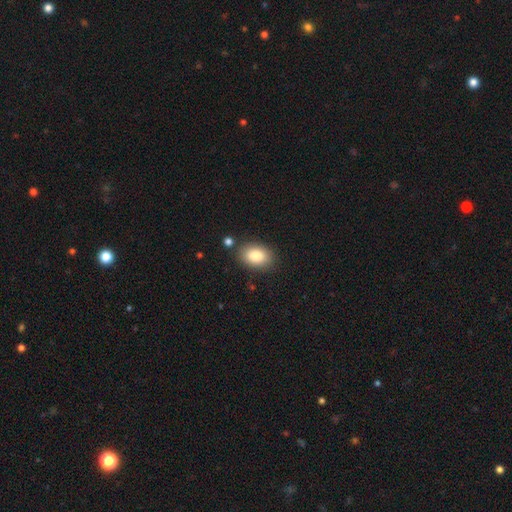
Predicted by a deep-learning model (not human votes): Q: Smooth or featured?
A: smooth (85%); runner-up: star or artifact (8%)
Q: How rounded?
A: in between (85%); runner-up: round (14%)
Q: Merging?
A: none (84%); runner-up: minor disturbance (10%)